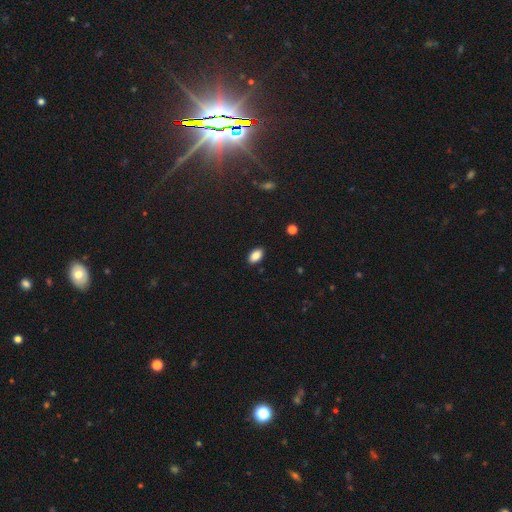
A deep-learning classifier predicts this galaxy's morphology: type=smooth (87%); roundness=in between (92%); merging=none (88%).